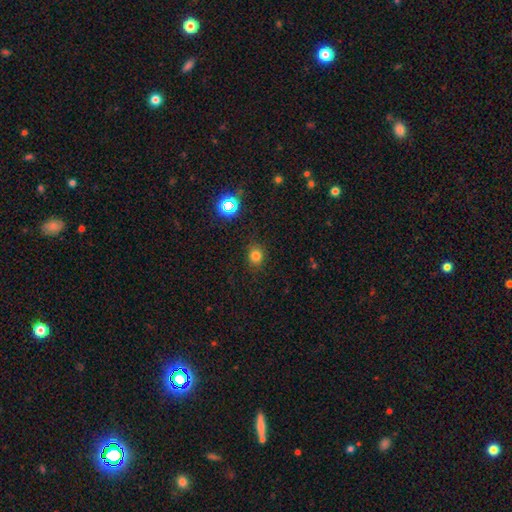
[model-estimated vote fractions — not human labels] smooth_or_featured: smooth (p=0.77) [alt: star or artifact p=0.17]
how_rounded: round (p=0.76) [alt: in between p=0.23]
merging: none (p=0.85) [alt: minor disturbance p=0.10]